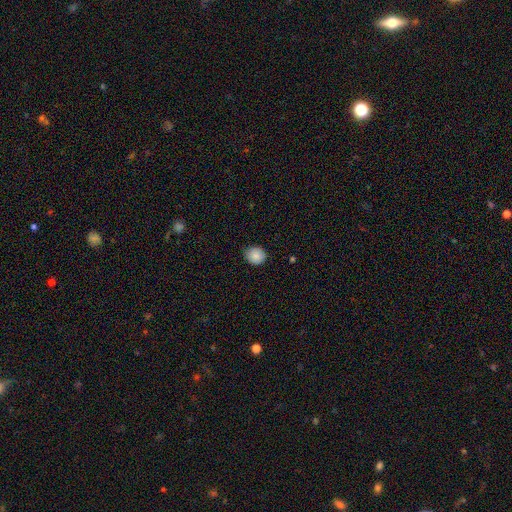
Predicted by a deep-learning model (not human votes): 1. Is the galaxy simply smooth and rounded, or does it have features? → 87% smooth, 9% star or artifact, 5% featured or disk.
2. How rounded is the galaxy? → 79% round, 21% in between, 1% cigar-shaped.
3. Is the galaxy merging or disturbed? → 84% none, 13% minor disturbance, 2% major disturbance, 1% merger.